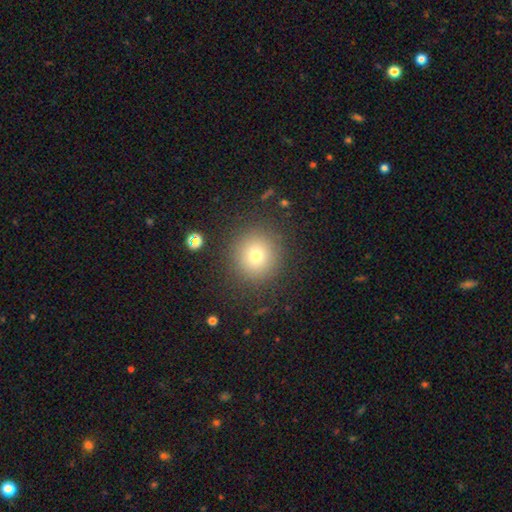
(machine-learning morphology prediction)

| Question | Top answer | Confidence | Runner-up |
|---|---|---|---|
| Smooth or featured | smooth | 74% | star or artifact (16%) |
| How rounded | round | 93% | in between (6%) |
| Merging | none | 88% | minor disturbance (7%) |